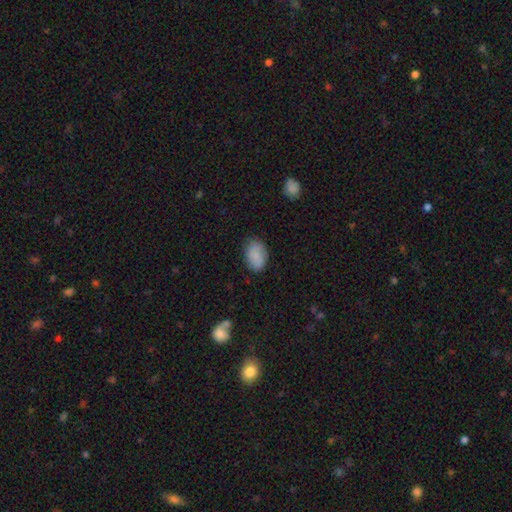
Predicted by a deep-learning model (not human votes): A smooth galaxy with no disk features (85%) that is in between round and cigar-shaped (89%). Merging: none (79%).